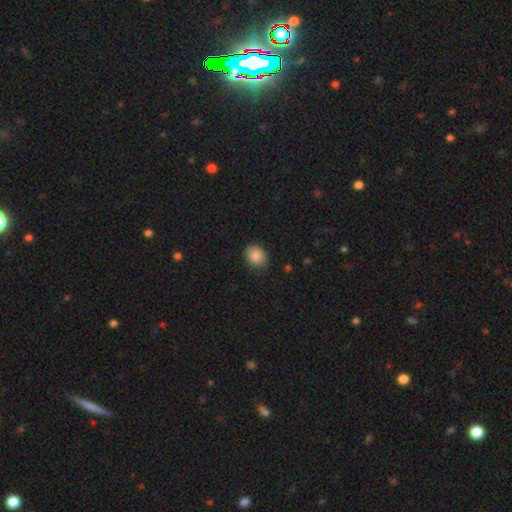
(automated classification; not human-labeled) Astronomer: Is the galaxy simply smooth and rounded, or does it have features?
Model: smooth — 87%.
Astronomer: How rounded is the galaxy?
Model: in between — 57% (runner-up: round, 42%).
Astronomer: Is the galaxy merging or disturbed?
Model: none — 83%.